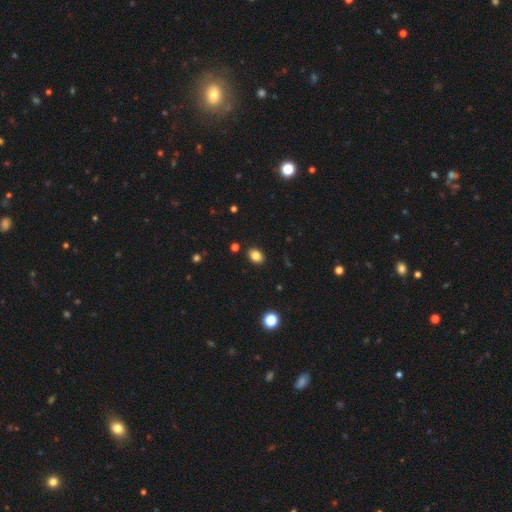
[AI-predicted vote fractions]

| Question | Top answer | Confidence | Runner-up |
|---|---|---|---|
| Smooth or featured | smooth | 84% | star or artifact (11%) |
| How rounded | in between | 77% | round (22%) |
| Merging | none | 88% | minor disturbance (8%) |